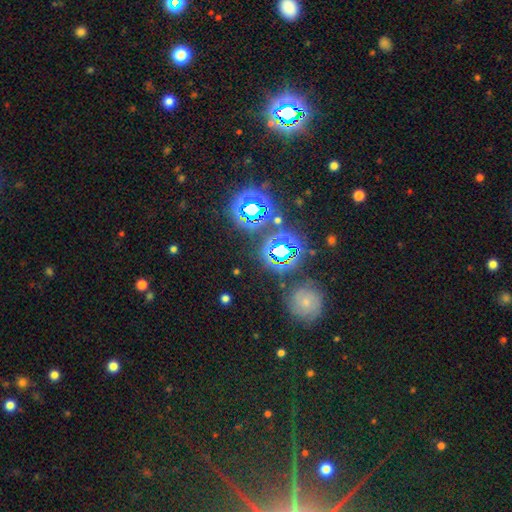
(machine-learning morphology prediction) A star or artifact, not a galaxy (70%).